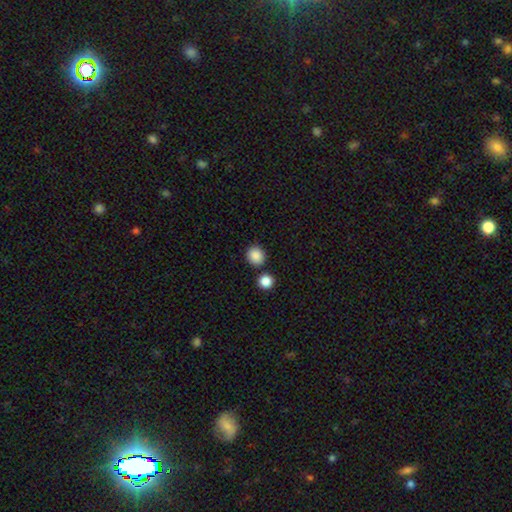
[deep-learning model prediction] This appears to be a smooth galaxy with no disk features (88%) that is round (86%). Merging: none (84%).